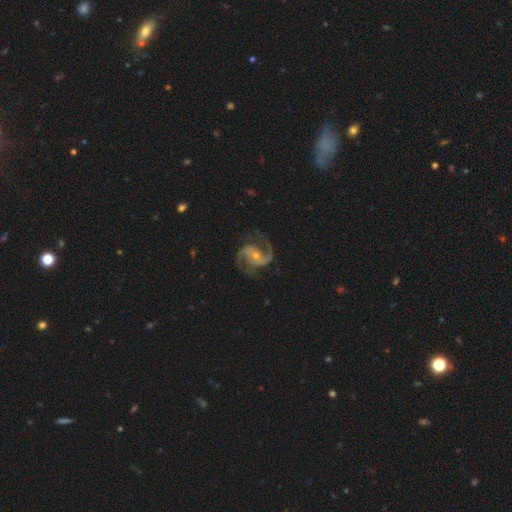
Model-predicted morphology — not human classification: Smooth or featured? Predicted: featured or disk (p=0.93). Edge-on disk? Predicted: no (p=0.98). Bar? Predicted: no (p=0.46). Spiral arms? Predicted: yes (p=0.98). Spiral winding? Predicted: medium (p=0.63). Spiral arm count? Predicted: 2 (p=0.91). Bulge size? Predicted: small (p=0.51). Merging? Predicted: none (p=0.77).